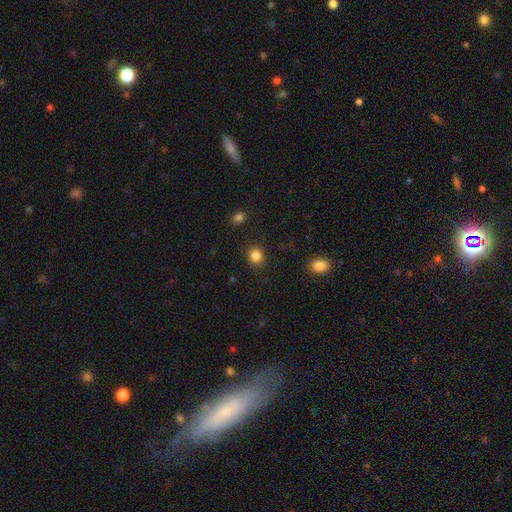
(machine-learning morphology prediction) type=smooth (85%); roundness=round (82%); merging=none (89%).